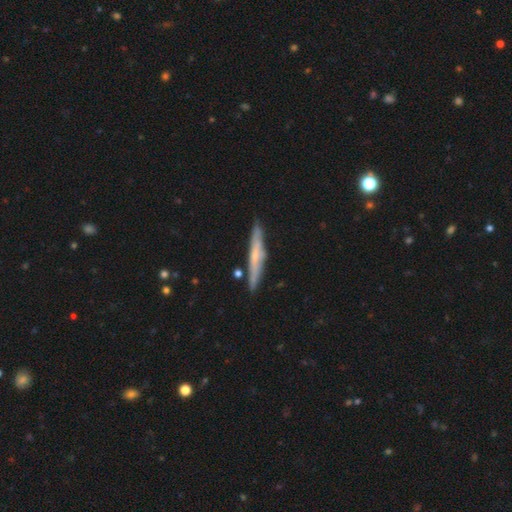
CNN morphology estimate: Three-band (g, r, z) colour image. It shows a featured or disk galaxy (53%) viewed edge-on (90%). Merging: none (83%).